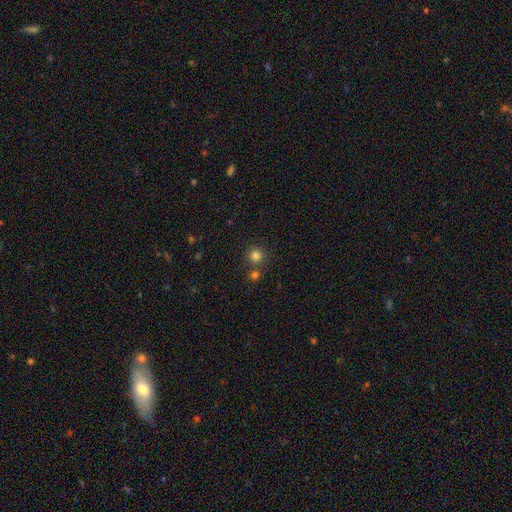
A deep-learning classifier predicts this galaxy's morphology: type=smooth (81%); roundness=round (93%); merging=none (72%).